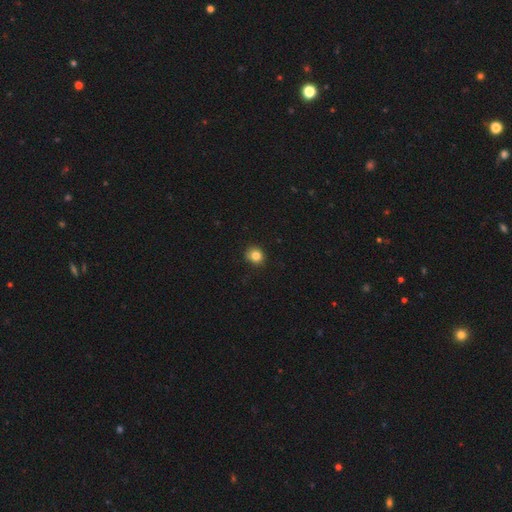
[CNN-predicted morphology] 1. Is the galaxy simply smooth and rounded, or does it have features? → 84% smooth, 11% star or artifact, 5% featured or disk.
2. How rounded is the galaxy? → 83% round, 16% in between, 1% cigar-shaped.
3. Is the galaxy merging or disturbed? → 89% none, 8% minor disturbance, 2% major disturbance, 1% merger.